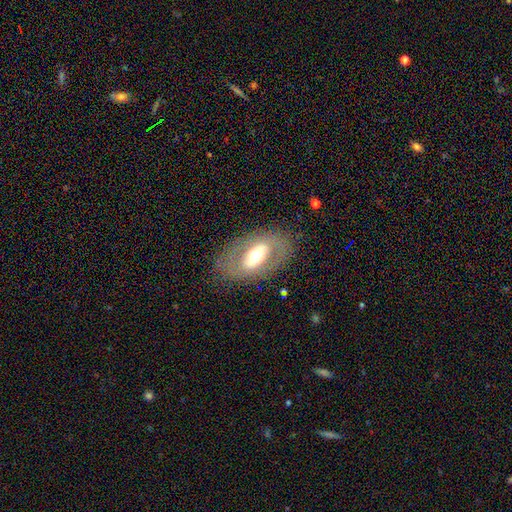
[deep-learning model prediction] A featured or disk galaxy (61%) with a strong bar (35%), no spiral arms (70%) and a moderate central bulge (62%).

Vote fractions:
- Smooth or featured? featured or disk: 61% / smooth: 31% / star or artifact: 7%
- Edge-on disk? no: 88% / yes: 12%
- Bar? strong: 35% / no: 34% / weak: 31%
- Spiral arms? no: 70% / yes: 30%
- Bulge size? moderate: 62% / large: 24% / small: 10% / dominant: 3% / none: 1%
- Merging? none: 78% / minor disturbance: 13% / major disturbance: 8% / merger: 1%